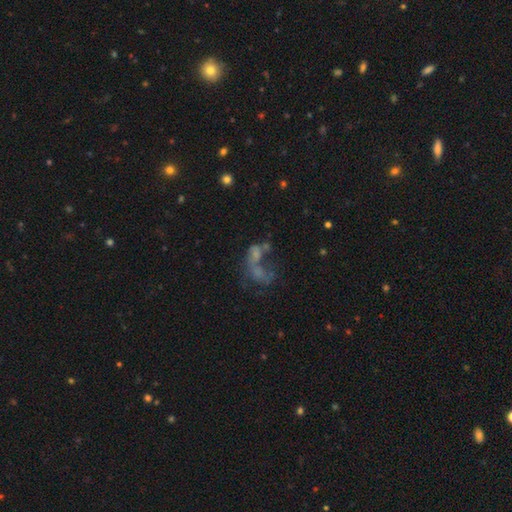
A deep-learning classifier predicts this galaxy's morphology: A featured or disk galaxy (40%). Merging: merger (44%).